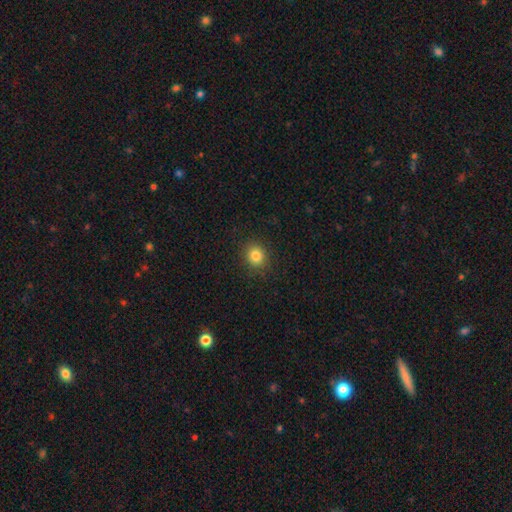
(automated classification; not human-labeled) Smooth or featured? Predicted: smooth (p=0.83). How rounded? Predicted: round (p=0.80). Merging? Predicted: none (p=0.90).